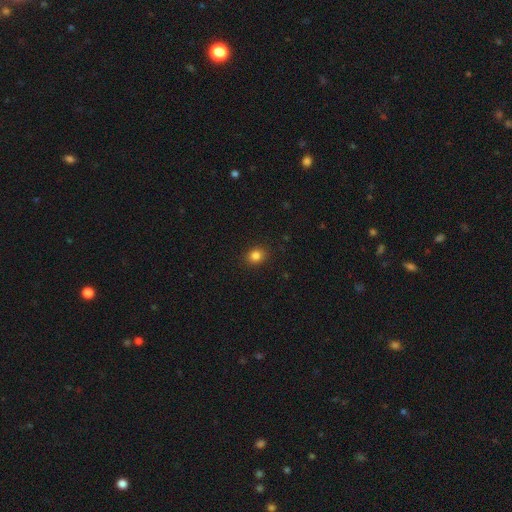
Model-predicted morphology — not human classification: Smooth or featured? smooth (84%)
How rounded? round (69%)
Merging? none (90%)